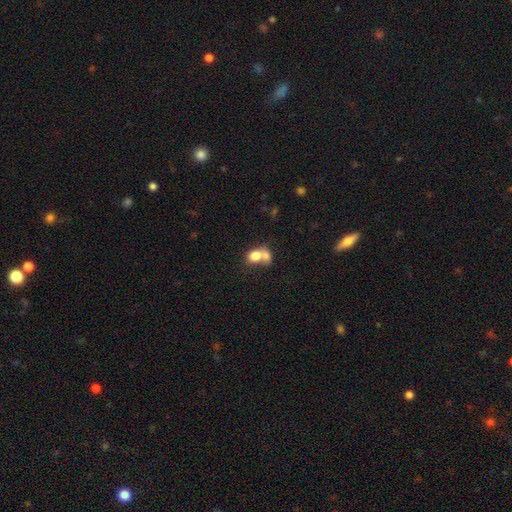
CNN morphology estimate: Smooth or featured: smooth — 74% (featured or disk — 17%)
How rounded: in between — 53% (round — 45%)
Merging: merger — 68% (none — 21%)